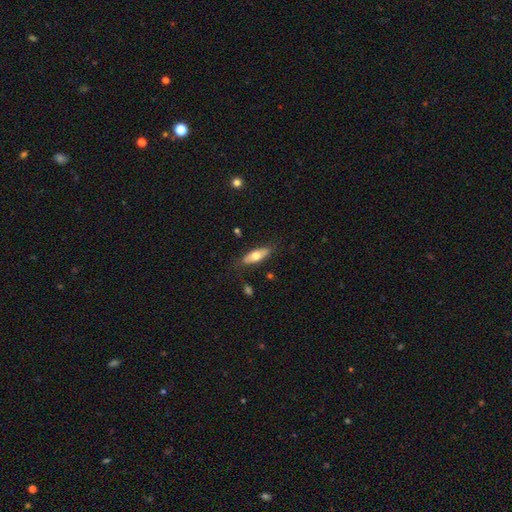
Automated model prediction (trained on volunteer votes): A smooth galaxy with no disk features (60%) that is in between round and cigar-shaped (65%). Merging: none (79%).